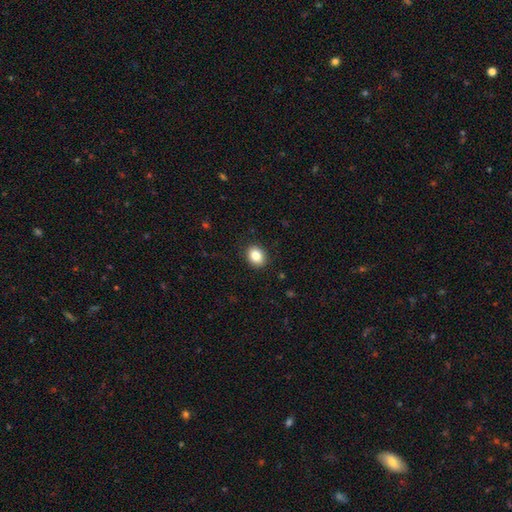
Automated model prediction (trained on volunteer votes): Smooth or featured? Predicted: smooth (p=0.85). How rounded? Predicted: in between (p=0.54). Merging? Predicted: none (p=0.89).